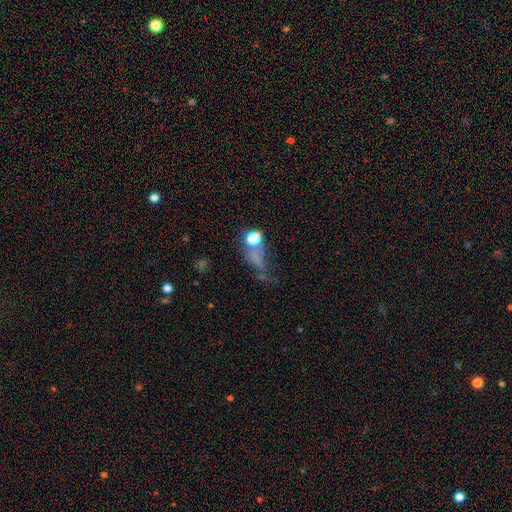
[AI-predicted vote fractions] Smooth or featured?
  - smooth: 50% *
  - star or artifact: 31%
  - featured or disk: 19%
How rounded?
  - round: 46% *
  - in between: 44%
  - cigar-shaped: 10%
Merging?
  - none: 37% *
  - major disturbance: 30%
  - merger: 17%
  - minor disturbance: 16%